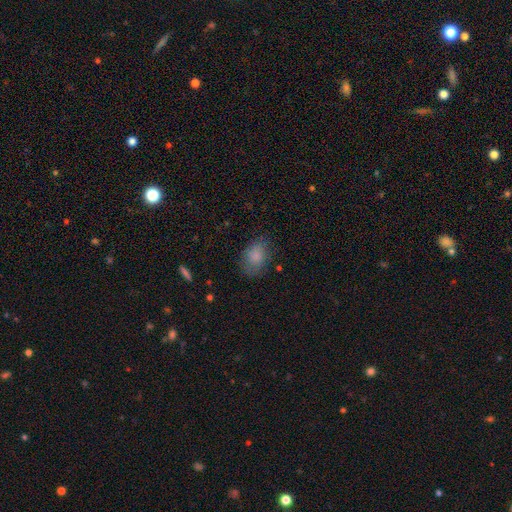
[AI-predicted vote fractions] The model was most divided on "merging": none: 70%, minor disturbance: 21%, major disturbance: 8%, merger: 1%. More confident: smooth or featured — smooth (80%); how rounded — in between (78%).